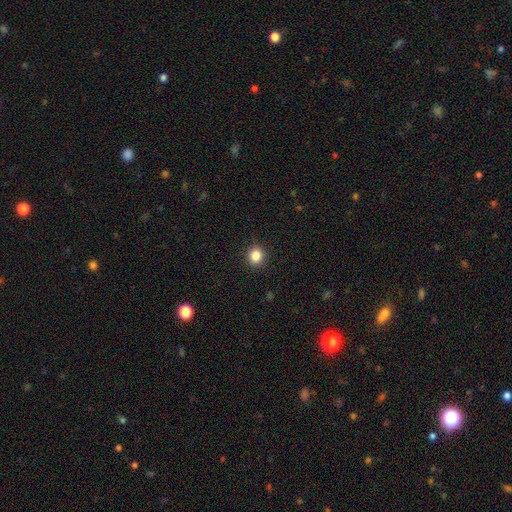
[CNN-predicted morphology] smooth 84%, star or artifact 11%, featured or disk 4%. Down the decision tree: how rounded — round (79%); merging — none (91%).